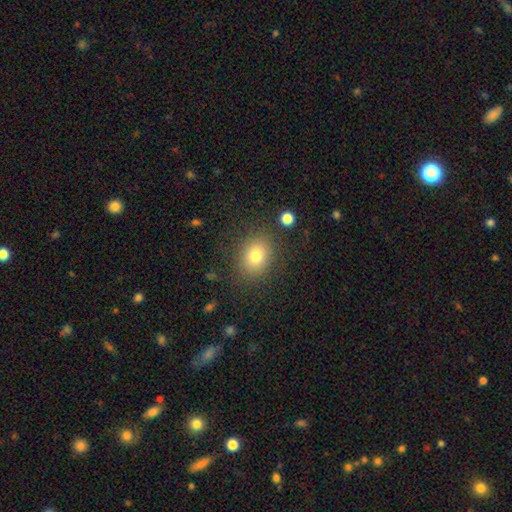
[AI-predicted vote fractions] Morphology: type=smooth (77%); roundness=in between (50%); merging=none (83%).